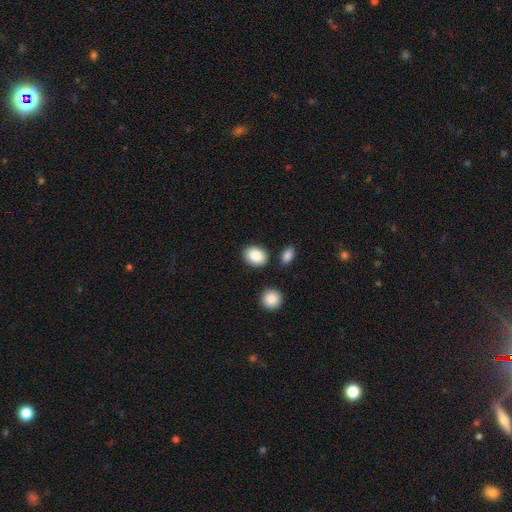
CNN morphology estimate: A smooth galaxy with no disk features (88%) that is in between round and cigar-shaped (66%).

Vote fractions:
- Smooth or featured? smooth: 88% / star or artifact: 7% / featured or disk: 5%
- How rounded? in between: 66% / round: 33% / cigar-shaped: 1%
- Merging? none: 82% / minor disturbance: 10% / merger: 6% / major disturbance: 3%